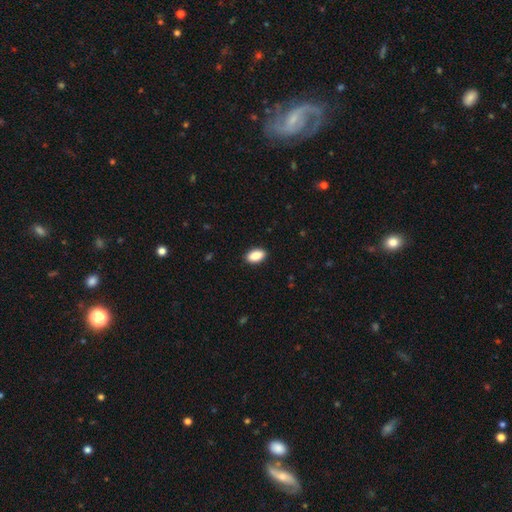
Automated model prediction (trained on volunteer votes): Smooth or featured: smooth — 90% (star or artifact — 7%)
How rounded: in between — 93% (round — 4%)
Merging: none — 90% (minor disturbance — 7%)